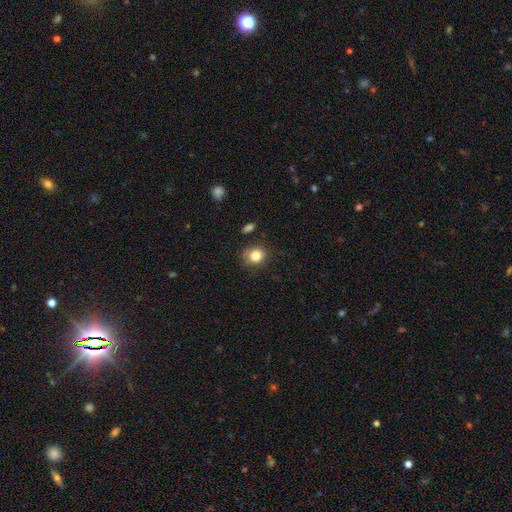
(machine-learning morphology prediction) A smooth galaxy with no disk features (83%) that is round (71%).

Vote fractions:
- Smooth or featured? smooth: 83% / star or artifact: 10% / featured or disk: 7%
- How rounded? round: 71% / in between: 28% / cigar-shaped: 1%
- Merging? none: 74% / minor disturbance: 18% / major disturbance: 4% / merger: 3%